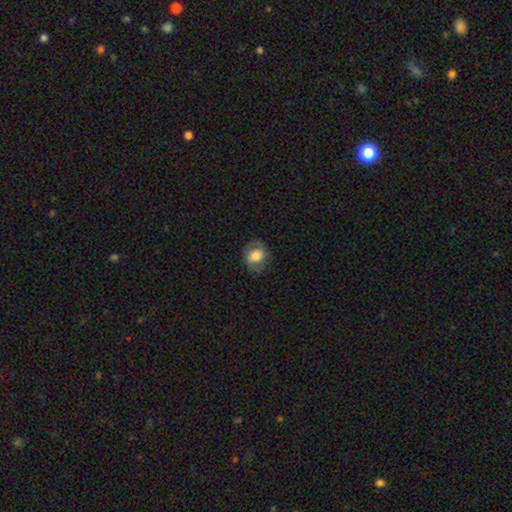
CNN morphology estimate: A smooth galaxy with no disk features (64%) that is round (50%). Merging: none (76%).